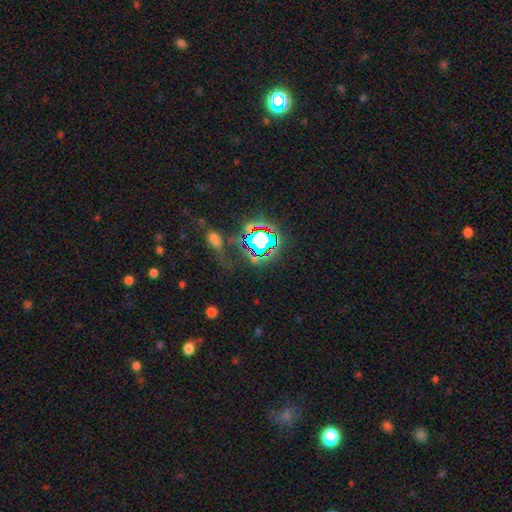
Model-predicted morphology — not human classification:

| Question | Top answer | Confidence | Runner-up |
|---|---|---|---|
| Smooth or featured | star or artifact | 71% | smooth (17%) |